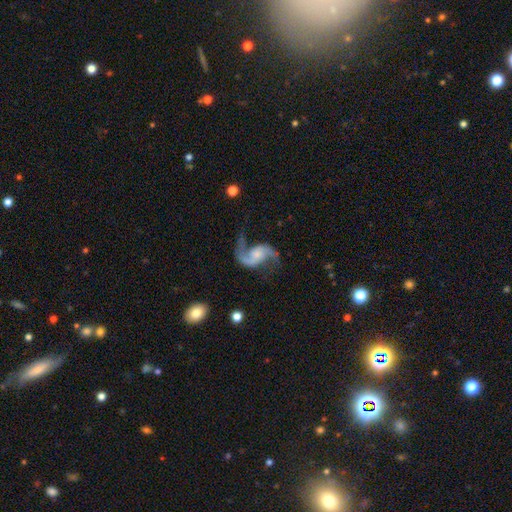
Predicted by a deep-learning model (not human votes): Q: Smooth or featured?
A: featured or disk (91%); runner-up: star or artifact (5%)
Q: Edge-on disk?
A: no (98%); runner-up: yes (2%)
Q: Bar?
A: no (58%); runner-up: weak (32%)
Q: Spiral arms?
A: yes (97%); runner-up: no (3%)
Q: Spiral winding?
A: loose (70%); runner-up: medium (26%)
Q: Spiral arm count?
A: 2 (93%); runner-up: 1 (3%)
Q: Bulge size?
A: small (42%); runner-up: moderate (27%)
Q: Merging?
A: none (70%); runner-up: minor disturbance (15%)